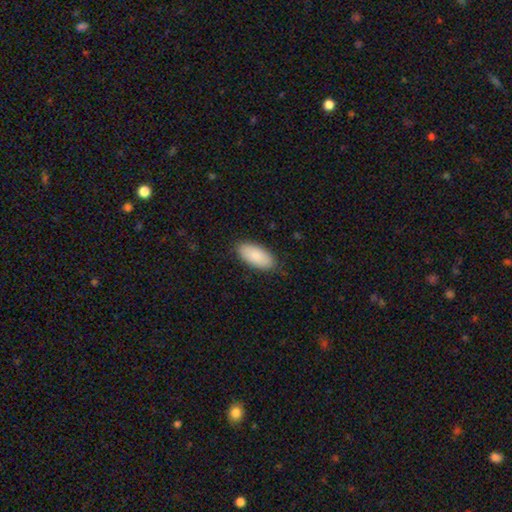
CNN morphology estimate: The model was most divided on "merging": none: 84%, minor disturbance: 13%, major disturbance: 2%, merger: 1%. More confident: how rounded — in between (92%); smooth or featured — smooth (87%).